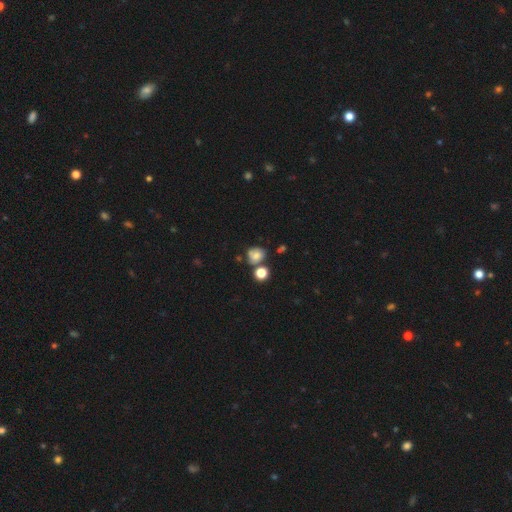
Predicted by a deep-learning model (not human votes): Smooth or featured? Predicted: smooth (p=0.67). How rounded? Predicted: round (p=0.72). Merging? Predicted: none (p=0.58).